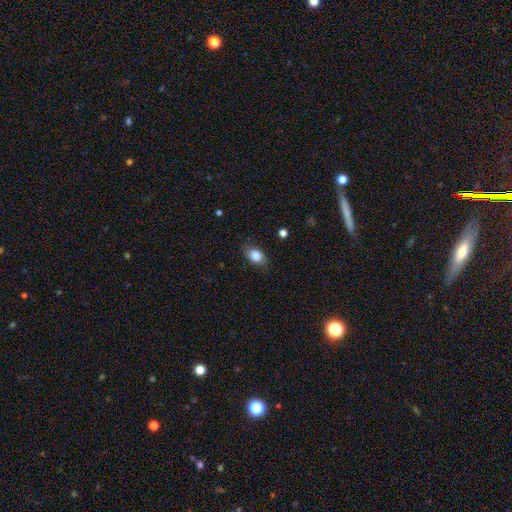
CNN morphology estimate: Overall: smooth (87%). How rounded: in between (79%). Merging: none (79%).